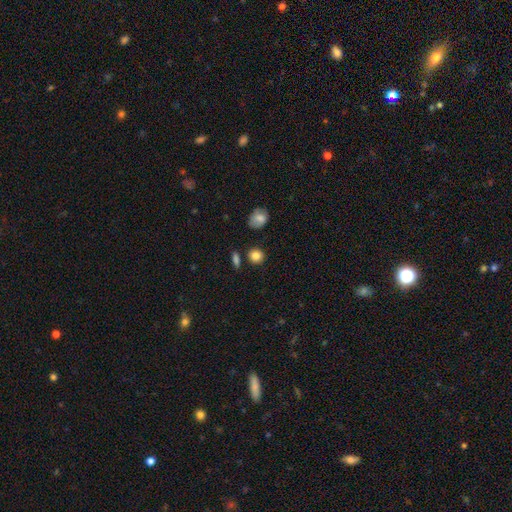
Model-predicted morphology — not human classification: Overall: smooth (85%). How rounded: round (82%). Merging: none (82%).